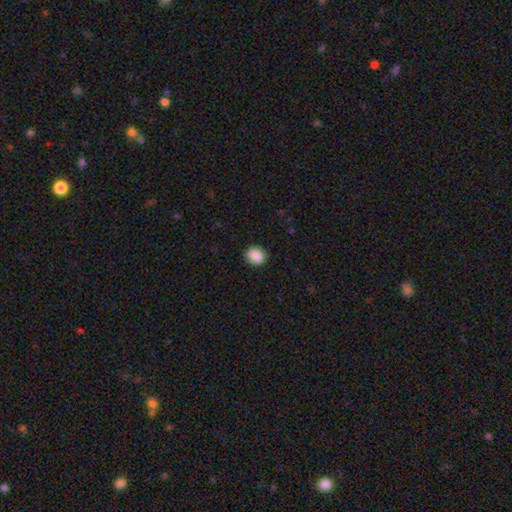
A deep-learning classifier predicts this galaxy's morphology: smooth_or_featured: smooth (p=0.88) [alt: star or artifact p=0.08]
how_rounded: round (p=0.71) [alt: in between p=0.28]
merging: none (p=0.86) [alt: minor disturbance p=0.11]